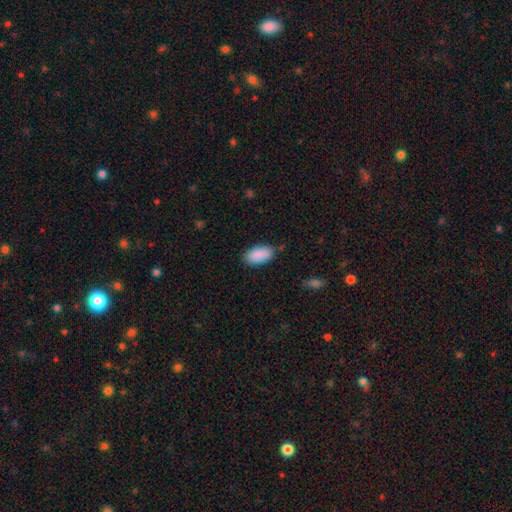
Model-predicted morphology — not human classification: A smooth galaxy with no disk features (90%) that is in between round and cigar-shaped (94%). Merging: none (81%).